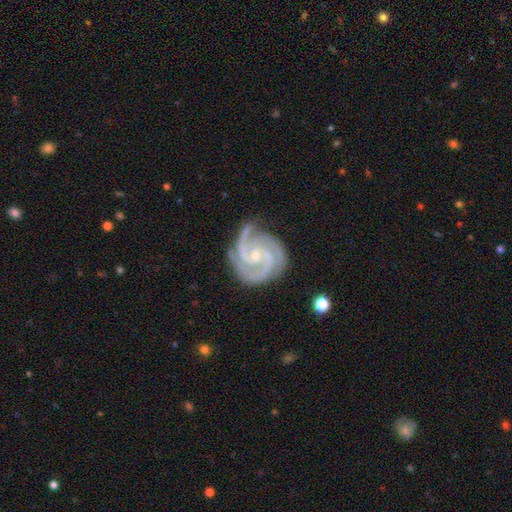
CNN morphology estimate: smooth_or_featured: featured or disk (p=0.93) [alt: star or artifact p=0.04]
disk_edge_on: no (p=0.98) [alt: yes p=0.02]
bar: no (p=0.58) [alt: weak p=0.31]
has_spiral_arms: yes (p=0.99) [alt: no p=0.01]
spiral_winding: tight (p=0.59) [alt: medium p=0.38]
spiral_arm_count: 3 (p=0.59) [alt: 2 p=0.24]
bulge_size: small (p=0.74) [alt: moderate p=0.23]
merging: none (p=0.75) [alt: minor disturbance p=0.18]